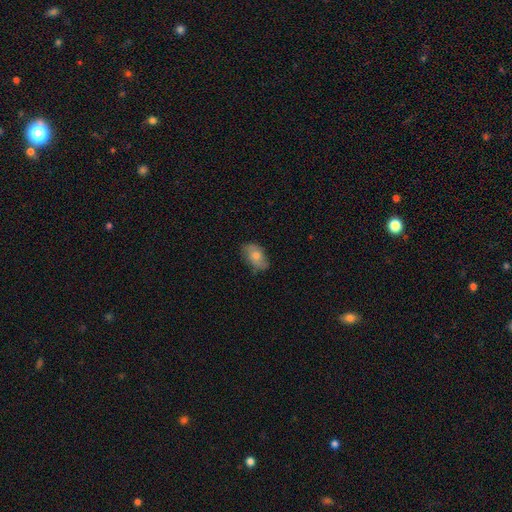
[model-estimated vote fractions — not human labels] smooth 62%, featured or disk 29%, star or artifact 9%. Down the decision tree: how rounded — in between (89%); merging — none (73%).